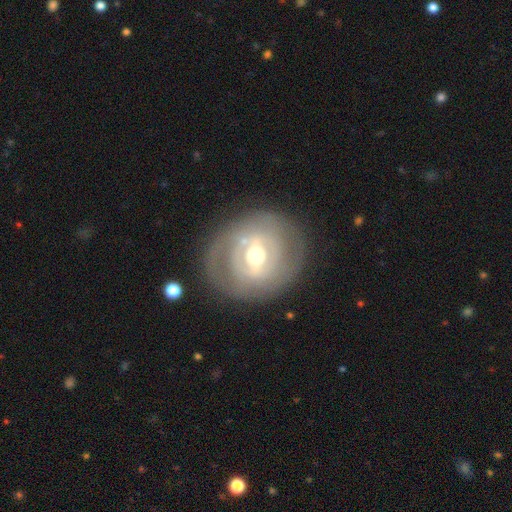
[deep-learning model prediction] Smooth or featured? Predicted: featured or disk (p=0.71). Edge-on disk? Predicted: no (p=0.94). Bar? Predicted: strong (p=0.40). Spiral arms? Predicted: no (p=0.55). Bulge size? Predicted: moderate (p=0.70). Merging? Predicted: none (p=0.78).